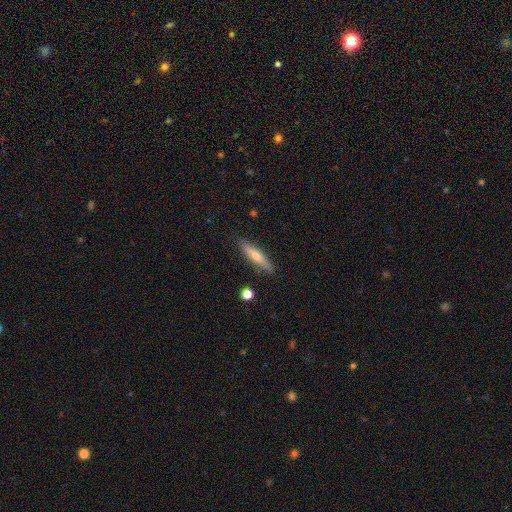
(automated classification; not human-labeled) This appears to be a smooth galaxy with no disk features (48%). Merging: none (87%).